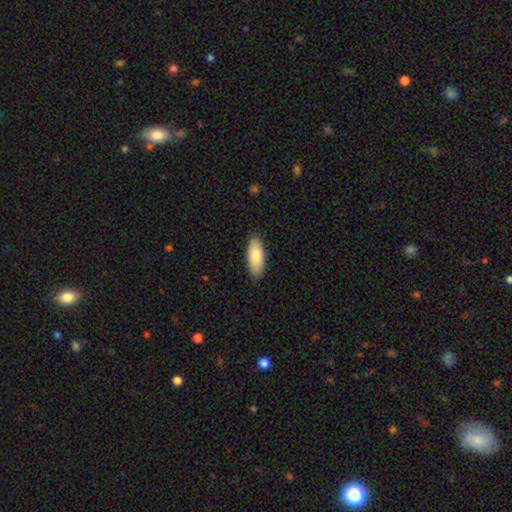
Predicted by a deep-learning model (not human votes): Q: Smooth or featured?
A: smooth (83%); runner-up: featured or disk (12%)
Q: How rounded?
A: in between (81%); runner-up: cigar-shaped (17%)
Q: Merging?
A: none (88%); runner-up: minor disturbance (10%)